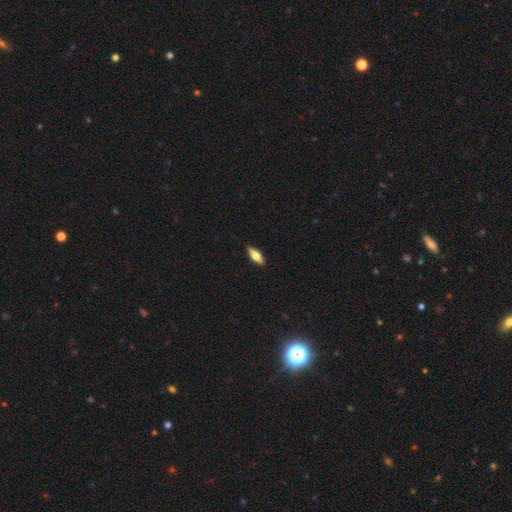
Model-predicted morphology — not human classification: A smooth galaxy with no disk features (60%) that is in between round and cigar-shaped (64%). Merging: none (90%).